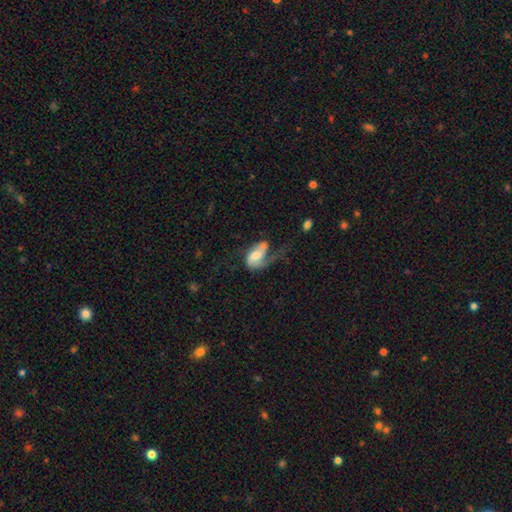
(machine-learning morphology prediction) Smooth or featured: featured or disk — 61% (smooth — 32%)
Edge-on disk: no — 96% (yes — 4%)
Bar: no — 50% (weak — 35%)
Spiral arms: yes — 80% (no — 20%)
Bulge size: moderate — 50% (small — 20%)
Merging: major disturbance — 45% (none — 24%)